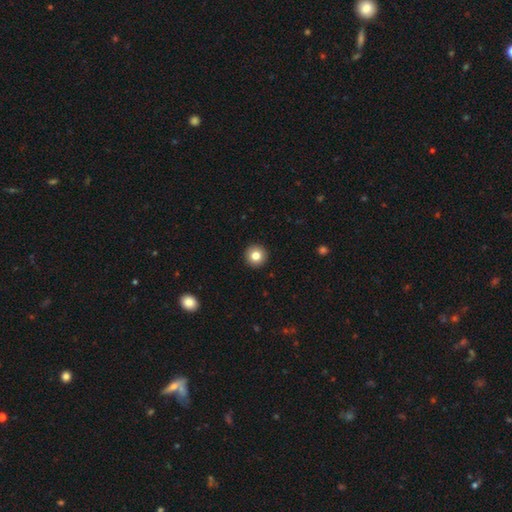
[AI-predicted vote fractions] smooth_or_featured: smooth (p=0.81) [alt: star or artifact p=0.10]
how_rounded: round (p=0.96) [alt: in between p=0.03]
merging: none (p=0.94) [alt: minor disturbance p=0.04]